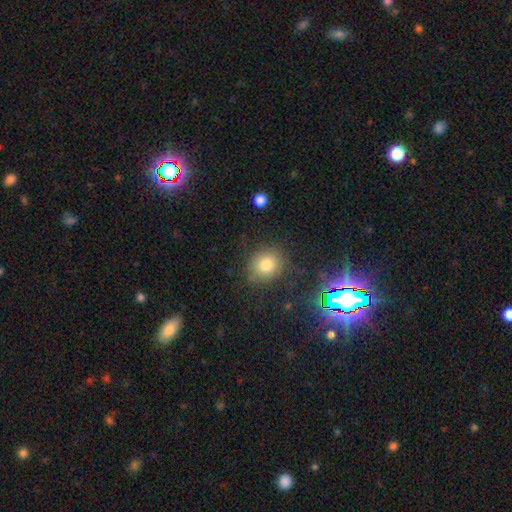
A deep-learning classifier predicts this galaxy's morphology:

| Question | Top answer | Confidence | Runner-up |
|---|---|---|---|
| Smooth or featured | smooth | 61% | star or artifact (29%) |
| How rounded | round | 80% | in between (19%) |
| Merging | none | 88% | minor disturbance (7%) |